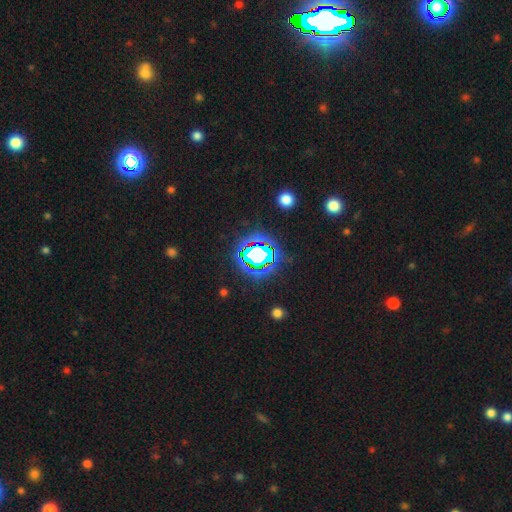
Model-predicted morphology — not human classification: star or artifact 69%, smooth 17%, featured or disk 13%.